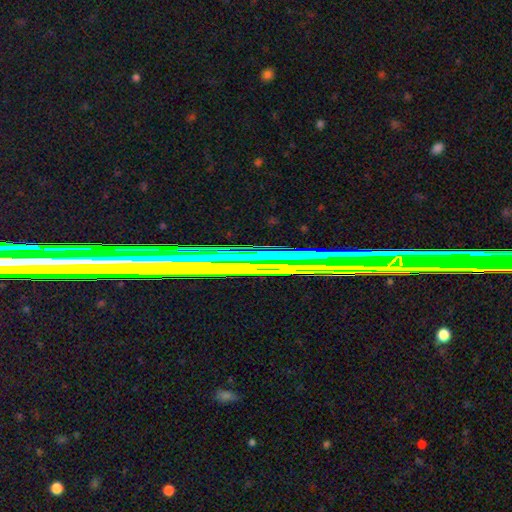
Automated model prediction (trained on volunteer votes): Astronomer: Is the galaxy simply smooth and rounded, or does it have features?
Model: star or artifact — 65%.